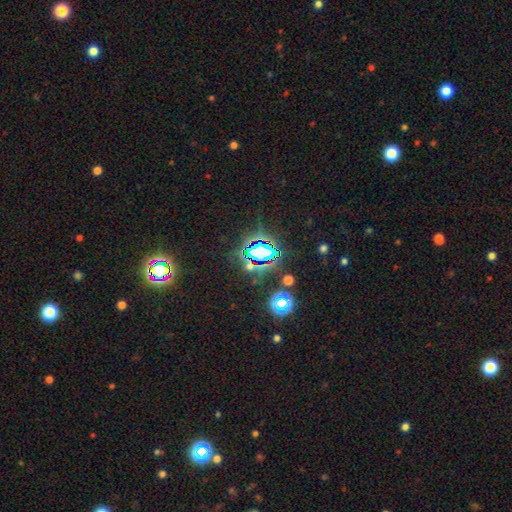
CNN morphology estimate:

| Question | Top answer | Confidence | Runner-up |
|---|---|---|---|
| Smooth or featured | star or artifact | 74% | smooth (15%) |